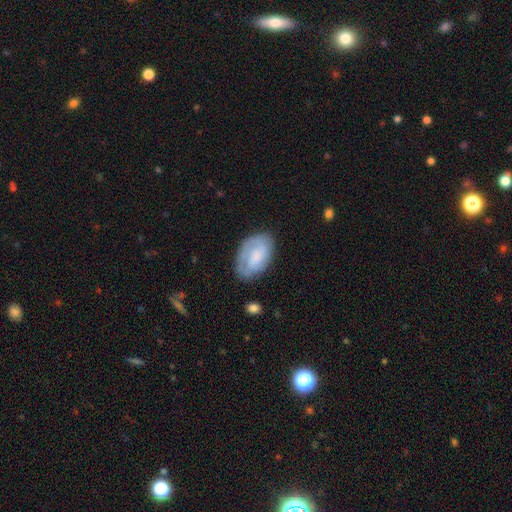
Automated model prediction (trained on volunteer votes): Q: Smooth or featured?
A: smooth (47%); tied with: featured or disk (47%)
Q: Merging?
A: none (70%); runner-up: minor disturbance (21%)